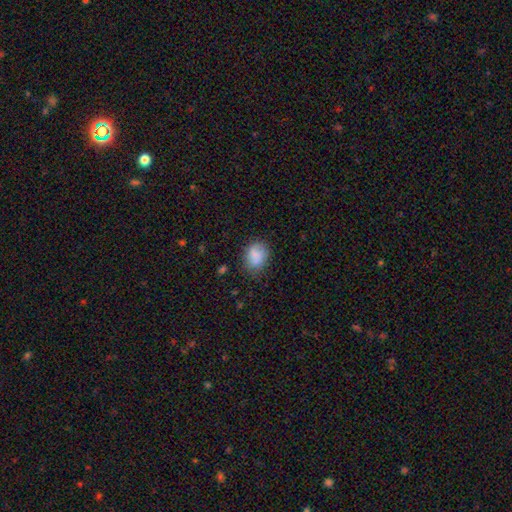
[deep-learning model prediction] A smooth galaxy with no disk features (81%) that is in between round and cigar-shaped (59%).

Vote fractions:
- Smooth or featured? smooth: 81% / featured or disk: 10% / star or artifact: 9%
- How rounded? in between: 59% / round: 40% / cigar-shaped: 1%
- Merging? none: 66% / minor disturbance: 24% / major disturbance: 7% / merger: 3%